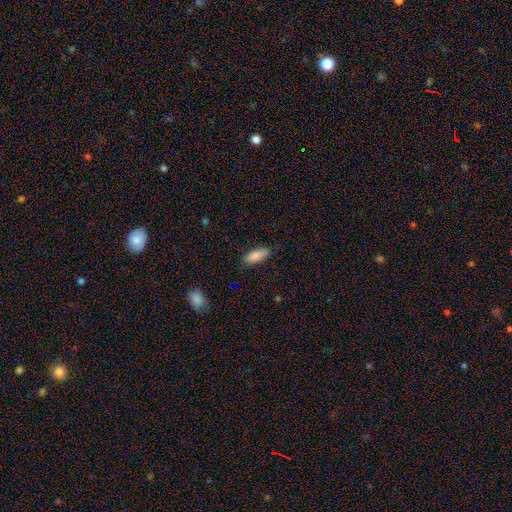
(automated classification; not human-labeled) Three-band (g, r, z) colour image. It shows a smooth galaxy with no disk features (87%) that is in between round and cigar-shaped (71%). Merging: none (83%).